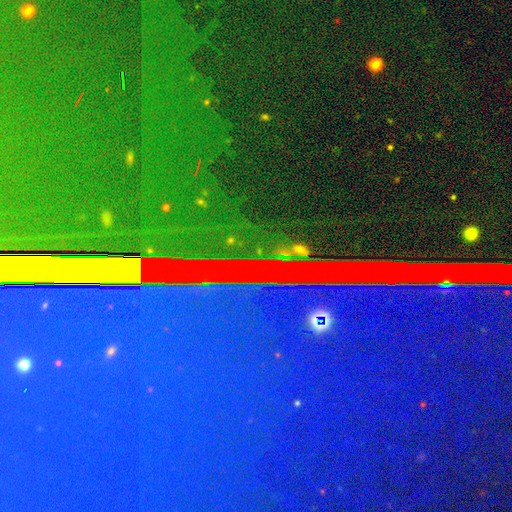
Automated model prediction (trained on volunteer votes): smooth_or_featured: star or artifact (p=0.88) [alt: featured or disk p=0.07]